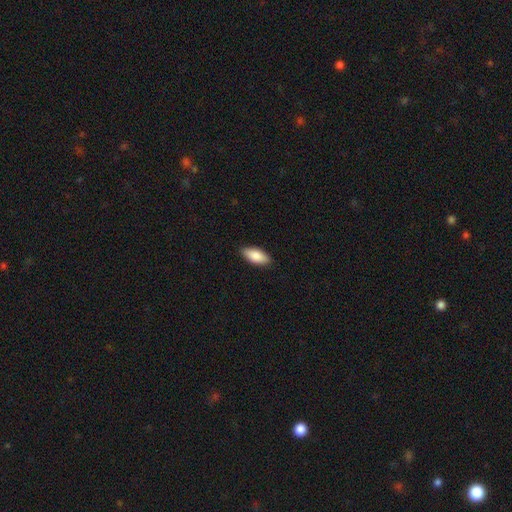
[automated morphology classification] smooth_or_featured: smooth (p=0.87) [alt: featured or disk p=0.08]
how_rounded: in between (p=0.84) [alt: cigar-shaped p=0.14]
merging: none (p=0.89) [alt: minor disturbance p=0.08]